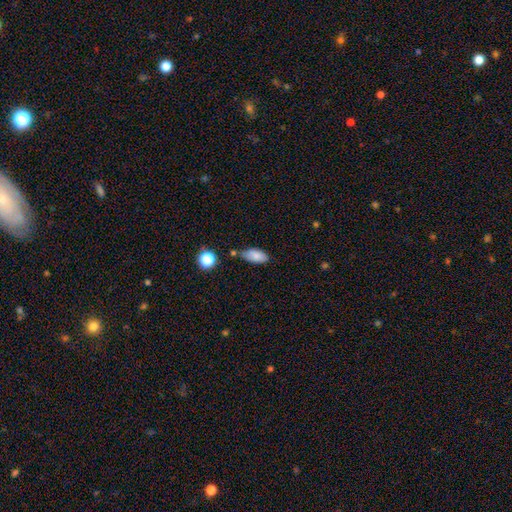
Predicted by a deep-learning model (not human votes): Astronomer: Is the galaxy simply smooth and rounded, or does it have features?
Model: smooth — 83%.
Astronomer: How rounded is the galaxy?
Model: in between — 89%.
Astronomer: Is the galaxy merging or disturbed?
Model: none — 60%.